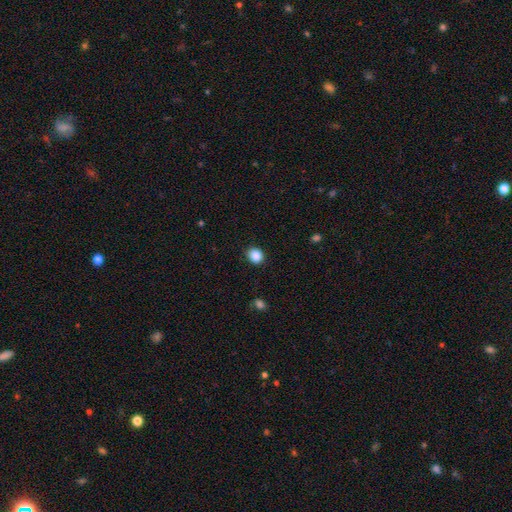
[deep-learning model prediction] smooth_or_featured: smooth (p=0.86) [alt: star or artifact p=0.10]
how_rounded: round (p=0.69) [alt: in between p=0.30]
merging: none (p=0.88) [alt: minor disturbance p=0.09]